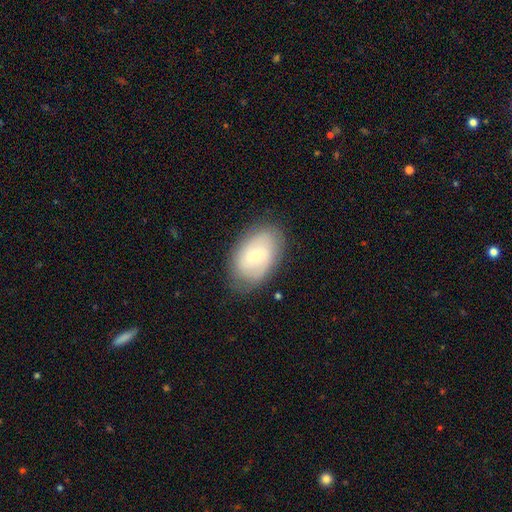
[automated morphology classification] Smooth or featured? Predicted: smooth (p=0.50). Merging? Predicted: none (p=0.77).